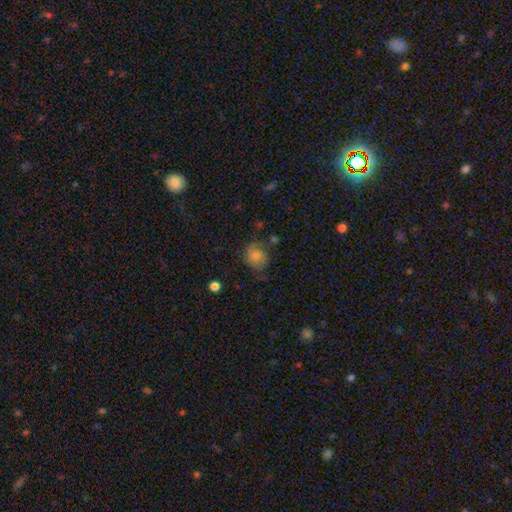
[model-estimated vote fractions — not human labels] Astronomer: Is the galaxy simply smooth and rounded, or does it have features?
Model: smooth — 78%.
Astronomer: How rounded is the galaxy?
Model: round — 64%.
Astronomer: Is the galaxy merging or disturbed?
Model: none — 58%.